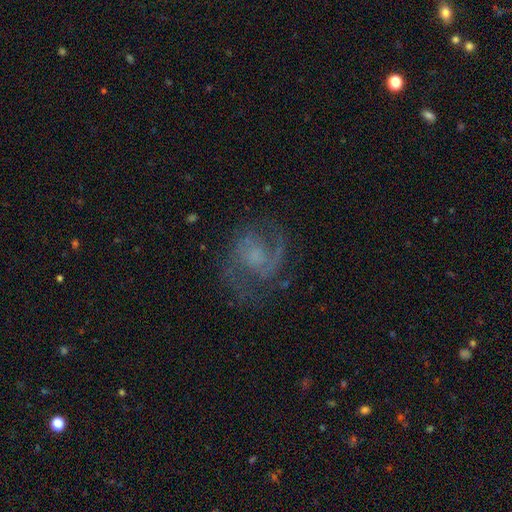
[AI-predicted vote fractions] featured or disk 78%, smooth 13%, star or artifact 9%. Down the decision tree: edge-on disk — no (98%); bar — no (63%); spiral arms — yes (92%); spiral arm count — 2 (77%); spiral winding — medium (53%); bulge size — none (35%); merging — none (67%).